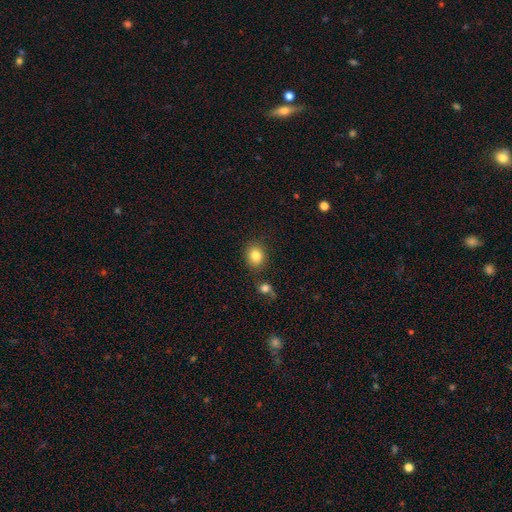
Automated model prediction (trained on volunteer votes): Overall: smooth (83%). How rounded: round (71%). Merging: none (80%).